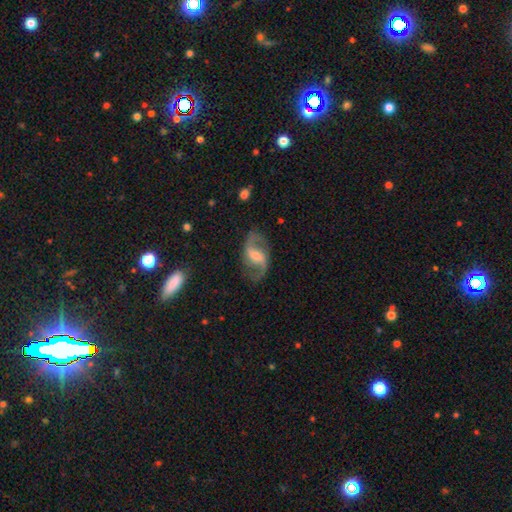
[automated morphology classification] smooth-or-featured: featured or disk: 89% | smooth: 6% | star or artifact: 5%
  disk-edge-on: no: 97% | yes: 3%
    bar: weak: 48% | strong: 32% | no: 19%
    has-spiral-arms: yes: 96% | no: 4%
      spiral-winding: loose: 61% | medium: 33% | tight: 6%
      spiral-arm-count: 2: 93% | can't tell: 2% | 1: 2% | 3: 1% | 4: 1% | more than 4: 1%
    bulge-size: small: 46% | moderate: 44% | none: 4% | large: 4% | dominant: 1%
  merging: none: 81% | minor disturbance: 12% | major disturbance: 6% | merger: 1%